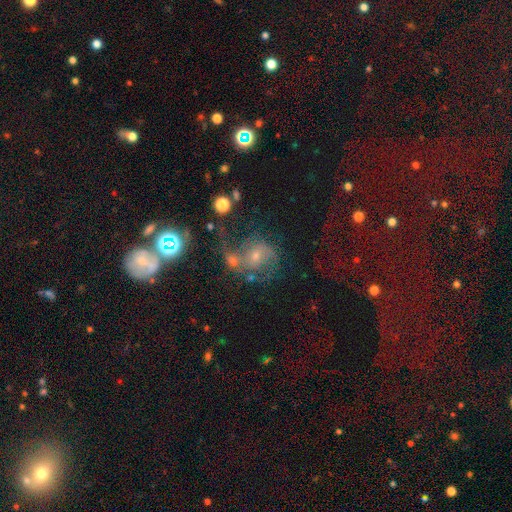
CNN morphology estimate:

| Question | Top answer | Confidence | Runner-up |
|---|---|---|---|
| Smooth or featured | featured or disk | 58% | star or artifact (23%) |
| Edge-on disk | no | 97% | yes (3%) |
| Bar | no | 60% | weak (32%) |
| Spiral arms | yes | 86% | no (14%) |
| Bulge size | small | 55% | moderate (35%) |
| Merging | none | 42% | merger (22%) |